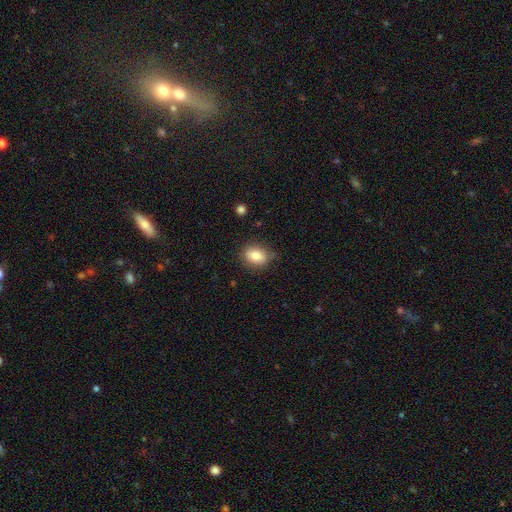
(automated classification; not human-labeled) This is clearly a smooth galaxy (81%). How rounded: likely in between (64%). Merging: likely none (79%).